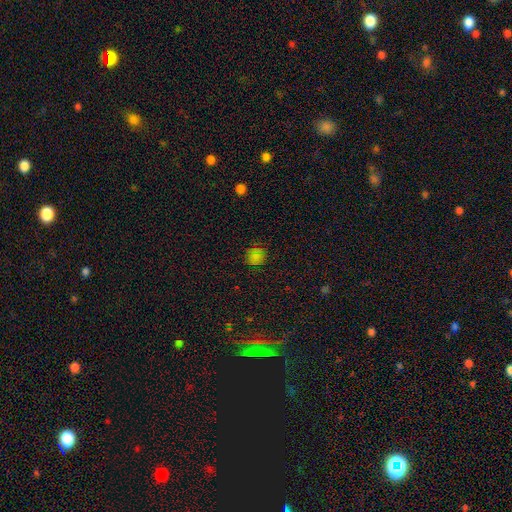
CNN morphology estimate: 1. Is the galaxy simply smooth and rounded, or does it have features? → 65% smooth, 28% star or artifact, 7% featured or disk.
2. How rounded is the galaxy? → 87% round, 12% in between, 1% cigar-shaped.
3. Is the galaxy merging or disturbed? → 86% none, 10% minor disturbance, 3% major disturbance, 1% merger.